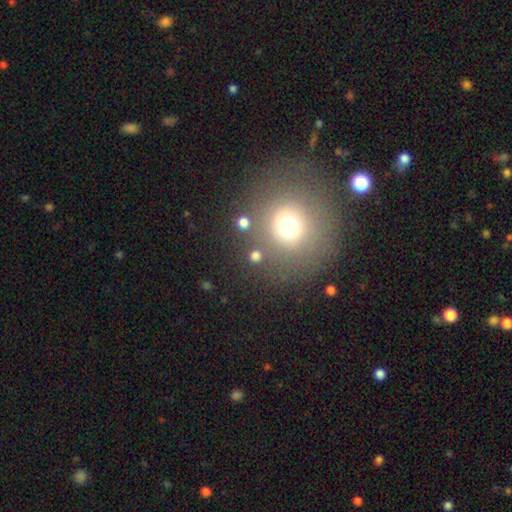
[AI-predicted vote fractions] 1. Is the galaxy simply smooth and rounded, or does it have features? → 71% smooth, 22% star or artifact, 8% featured or disk.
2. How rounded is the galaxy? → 92% round, 7% in between, 1% cigar-shaped.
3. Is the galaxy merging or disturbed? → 82% none, 8% merger, 7% minor disturbance, 4% major disturbance.